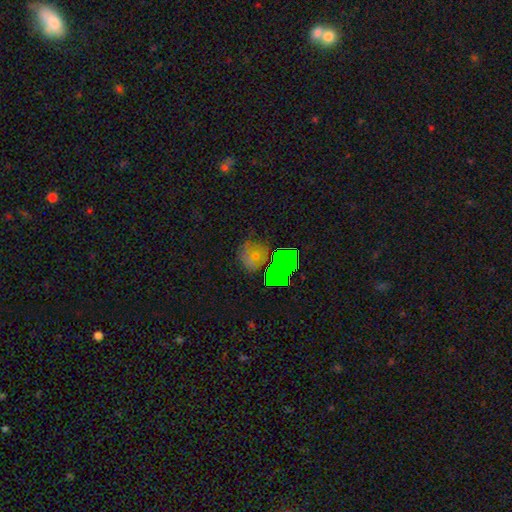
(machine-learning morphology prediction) This appears to be a star or artifact, not a galaxy (40%).